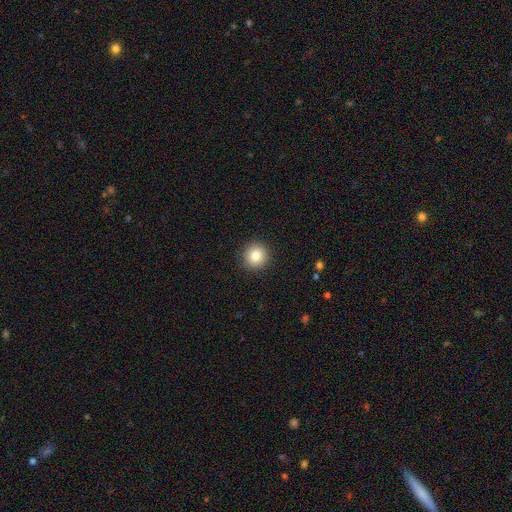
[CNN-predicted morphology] smooth 82%, star or artifact 10%, featured or disk 8%. Down the decision tree: how rounded — round (94%); merging — none (92%).